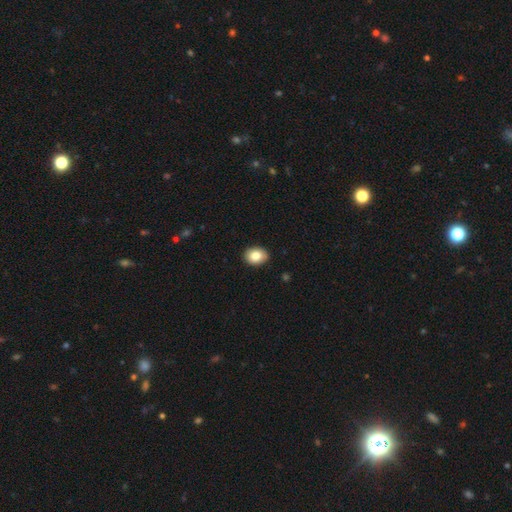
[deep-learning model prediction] The model was most divided on "how rounded": in between: 59%, round: 40%, cigar-shaped: 1%. More confident: merging — none (88%); smooth or featured — smooth (84%).